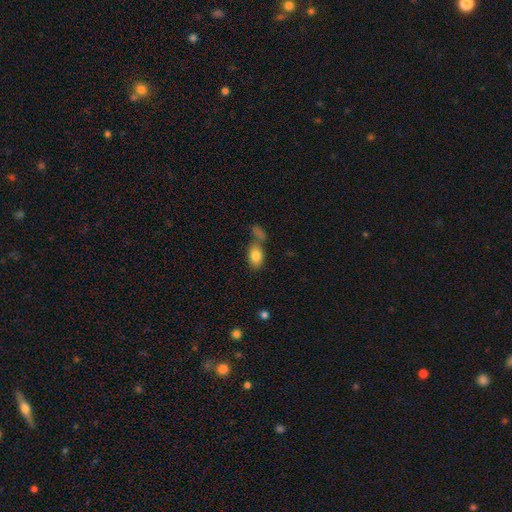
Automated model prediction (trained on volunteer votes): Smooth or featured: smooth — 82% (featured or disk — 10%)
How rounded: in between — 86% (round — 11%)
Merging: none — 51% (merger — 29%)